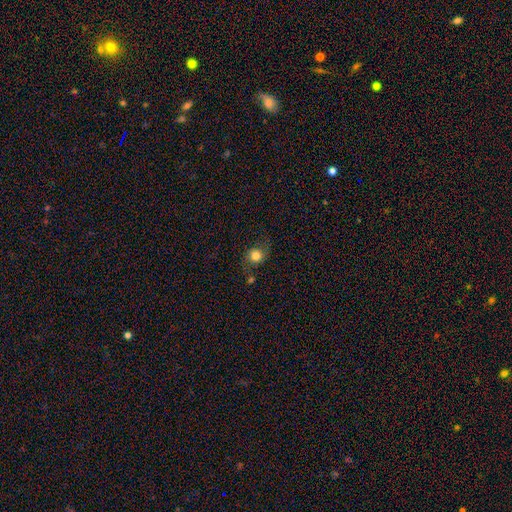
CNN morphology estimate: Overall: smooth (75%). How rounded: round (78%). Merging: none (67%).